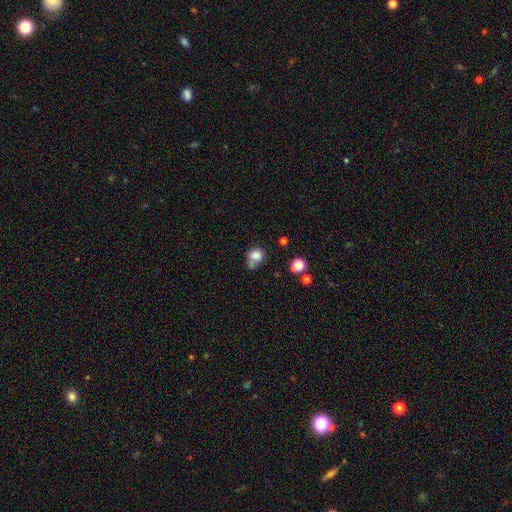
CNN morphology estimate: A smooth galaxy with no disk features (78%) that is round (64%).

Vote fractions:
- Smooth or featured? smooth: 78% / star or artifact: 12% / featured or disk: 11%
- How rounded? round: 64% / in between: 35% / cigar-shaped: 1%
- Merging? none: 36% / minor disturbance: 26% / merger: 24% / major disturbance: 15%